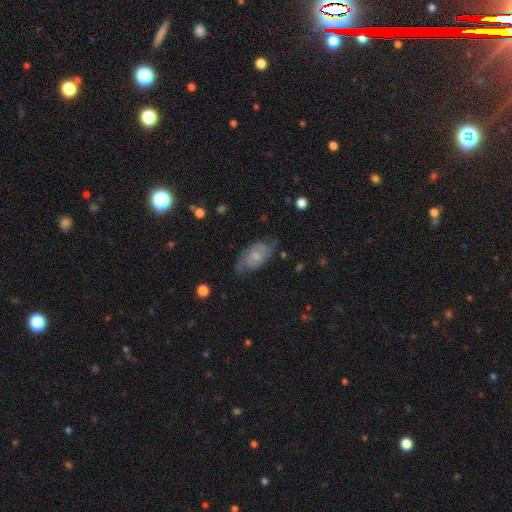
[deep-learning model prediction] Smooth or featured? Predicted: featured or disk (p=0.70). Edge-on disk? Predicted: no (p=0.94). Bar? Predicted: no (p=0.57). Spiral arms? Predicted: yes (p=0.90). Spiral winding? Predicted: medium (p=0.44). Spiral arm count? Predicted: 2 (p=0.71). Bulge size? Predicted: small (p=0.53). Merging? Predicted: none (p=0.69).